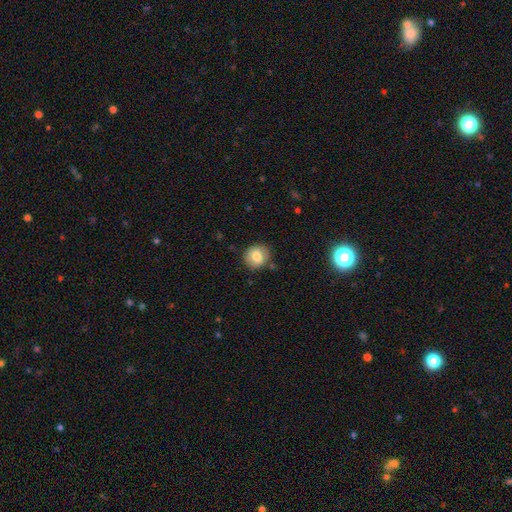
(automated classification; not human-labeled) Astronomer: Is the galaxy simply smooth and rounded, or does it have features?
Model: smooth — 78%.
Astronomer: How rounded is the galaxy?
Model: round — 81%.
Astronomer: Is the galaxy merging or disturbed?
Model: none — 81%.